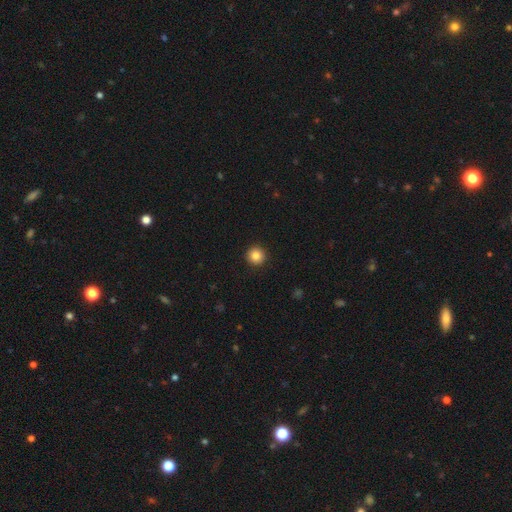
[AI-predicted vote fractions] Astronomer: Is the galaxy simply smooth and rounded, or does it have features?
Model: smooth — 85%.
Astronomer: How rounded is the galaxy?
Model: round — 96%.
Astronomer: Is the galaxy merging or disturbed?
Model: none — 93%.